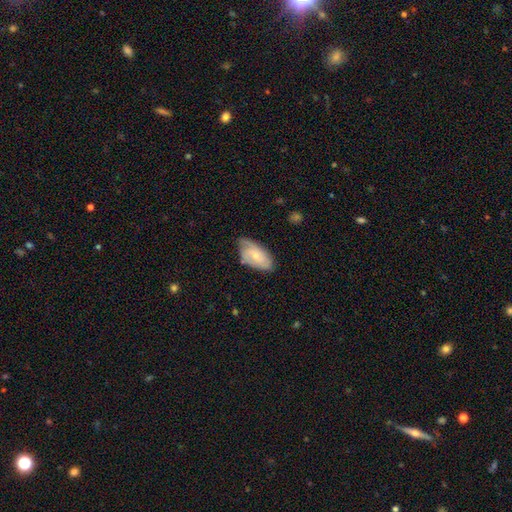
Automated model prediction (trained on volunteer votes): Q: Smooth or featured?
A: smooth (51%); runner-up: featured or disk (43%)
Q: How rounded?
A: in between (92%); runner-up: cigar-shaped (4%)
Q: Merging?
A: none (57%); runner-up: minor disturbance (33%)